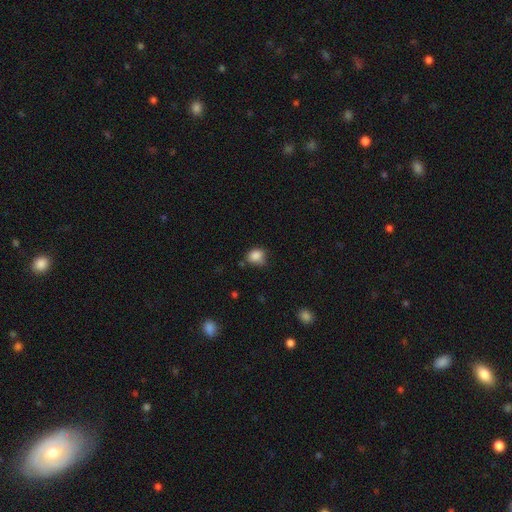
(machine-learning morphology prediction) A smooth galaxy with no disk features (86%) that is round (67%). Merging: none (59%).